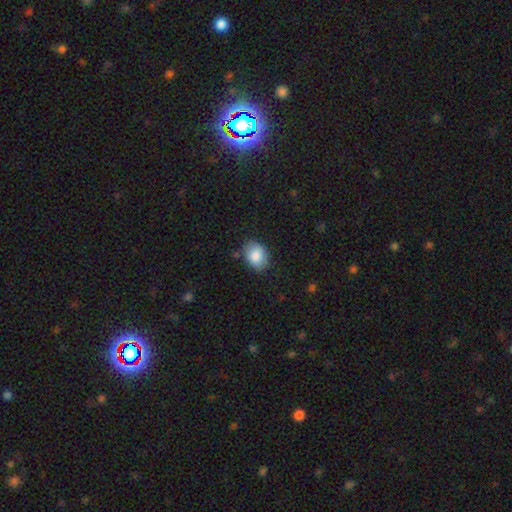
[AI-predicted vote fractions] Overall: smooth (85%). How rounded: in between (71%). Merging: none (82%).